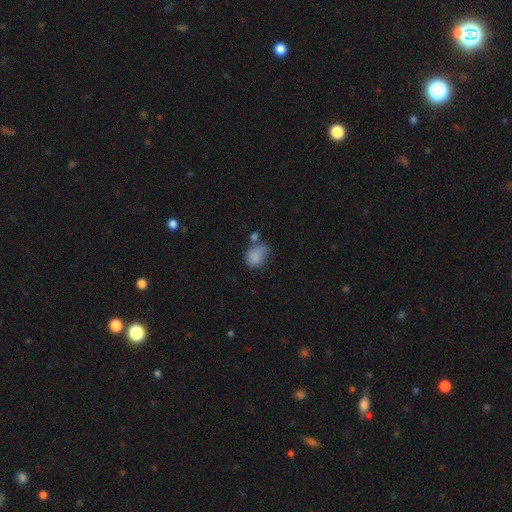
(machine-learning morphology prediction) smooth 82%, star or artifact 10%, featured or disk 8%. Down the decision tree: how rounded — in between (67%); merging — none (36%).